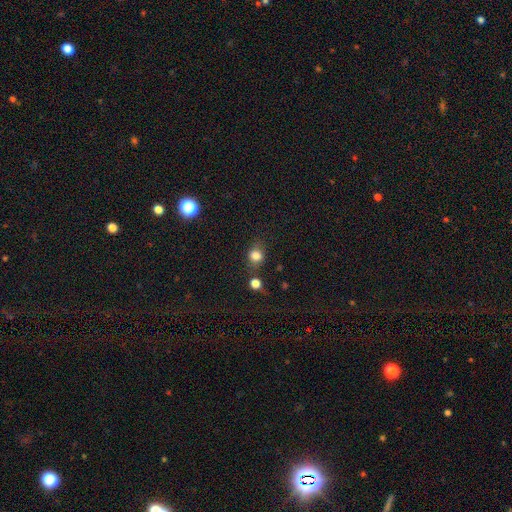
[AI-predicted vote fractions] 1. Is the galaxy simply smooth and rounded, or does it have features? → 79% smooth, 13% star or artifact, 8% featured or disk.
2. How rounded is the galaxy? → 62% round, 37% in between, 1% cigar-shaped.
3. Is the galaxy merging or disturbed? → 66% none, 17% minor disturbance, 10% merger, 7% major disturbance.